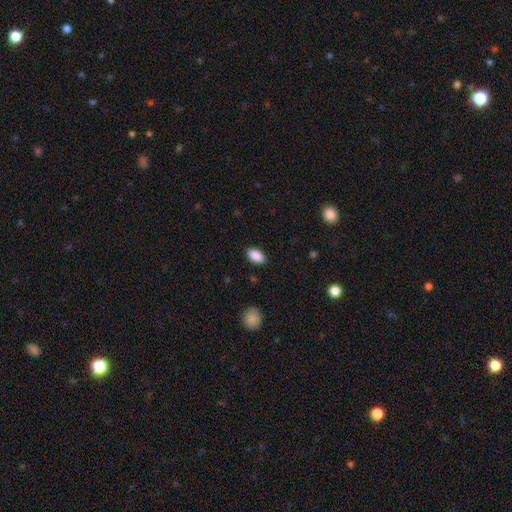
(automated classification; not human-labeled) Smooth or featured? smooth (89%)
How rounded? in between (93%)
Merging? none (87%)